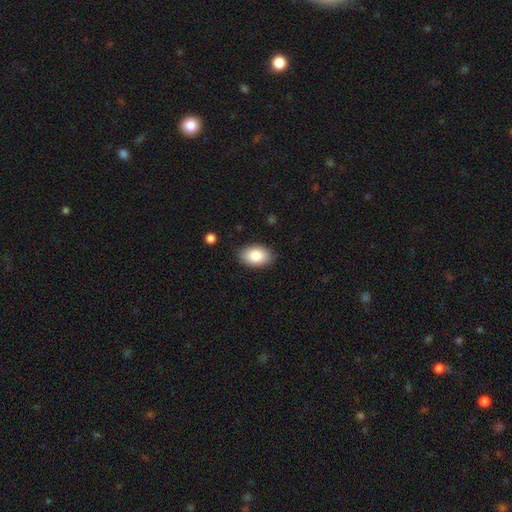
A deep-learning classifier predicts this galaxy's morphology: smooth 86%, featured or disk 8%, star or artifact 7%. Down the decision tree: how rounded — in between (92%); merging — none (86%).